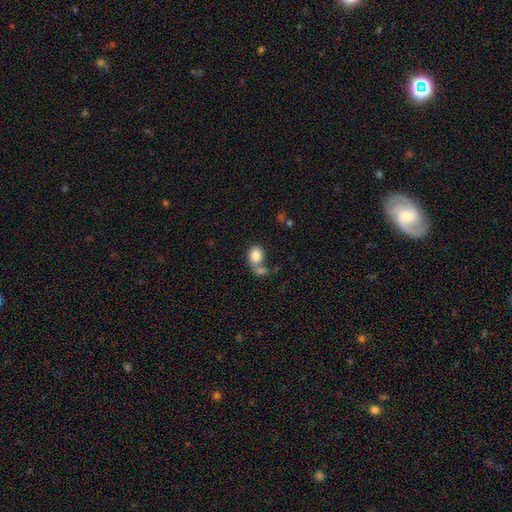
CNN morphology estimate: smooth 83%, star or artifact 8%, featured or disk 8%. Down the decision tree: how rounded — in between (56%); merging — merger (43%).